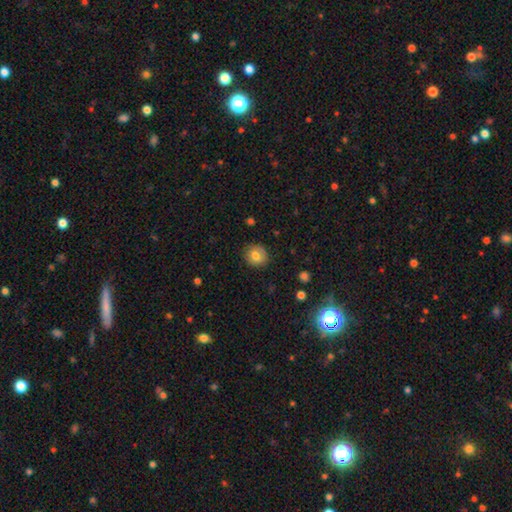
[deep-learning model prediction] Smooth or featured? Predicted: smooth (p=0.77). How rounded? Predicted: round (p=0.92). Merging? Predicted: none (p=0.88).